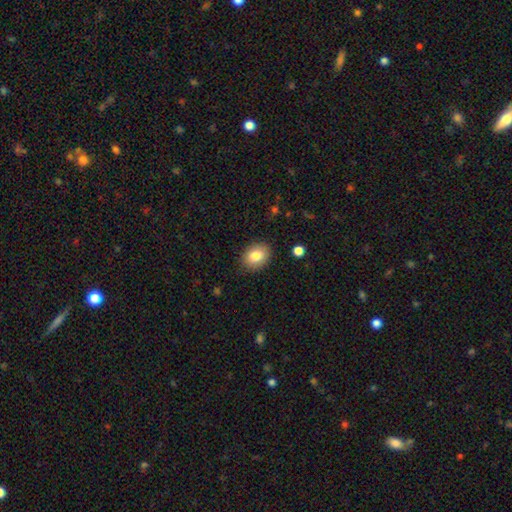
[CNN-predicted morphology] type=smooth (82%); roundness=in between (63%); merging=none (87%).